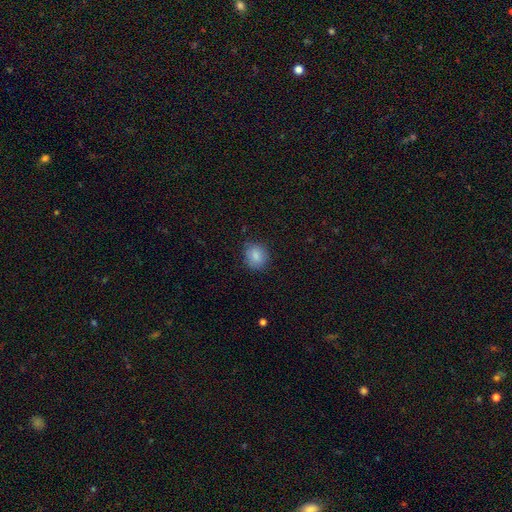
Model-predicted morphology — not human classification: type=smooth (86%); roundness=round (70%); merging=none (80%).